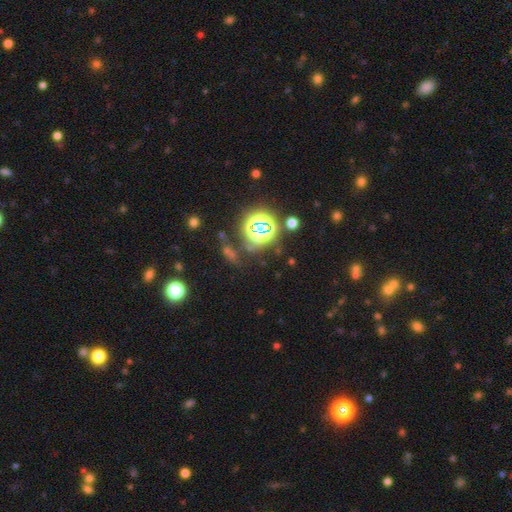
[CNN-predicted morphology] star or artifact 72%, smooth 20%, featured or disk 8%.